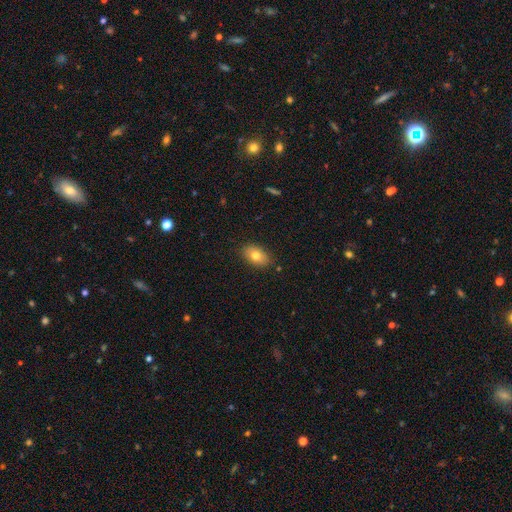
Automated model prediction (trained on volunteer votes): smooth_or_featured: smooth (p=0.78) [alt: featured or disk p=0.14]
how_rounded: in between (p=0.88) [alt: round p=0.10]
merging: none (p=0.86) [alt: minor disturbance p=0.10]